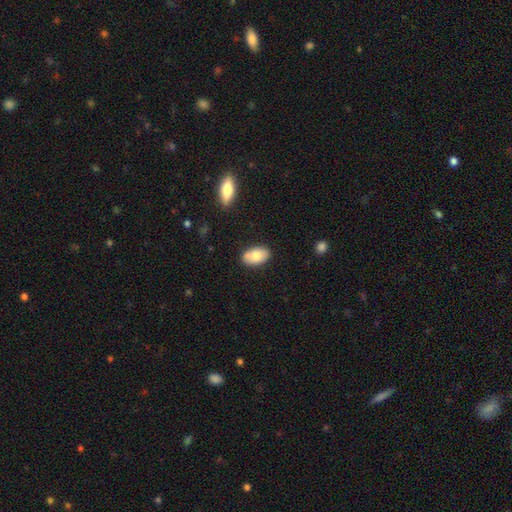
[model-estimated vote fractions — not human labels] Smooth or featured? smooth (78%)
How rounded? in between (93%)
Merging? none (74%)